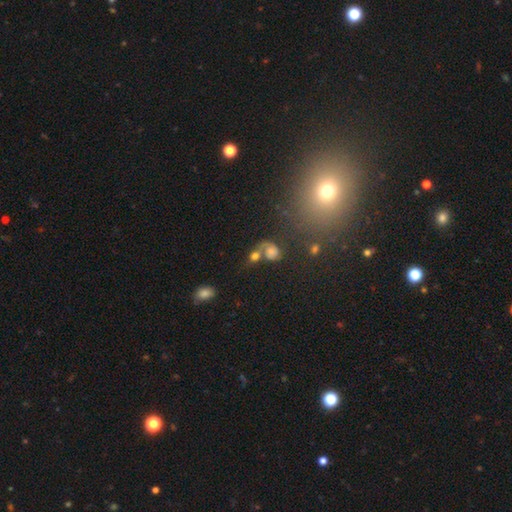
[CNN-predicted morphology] Q: Smooth or featured?
A: smooth (56%); runner-up: featured or disk (25%)
Q: How rounded?
A: round (51%); runner-up: in between (47%)
Q: Merging?
A: merger (46%); runner-up: none (28%)